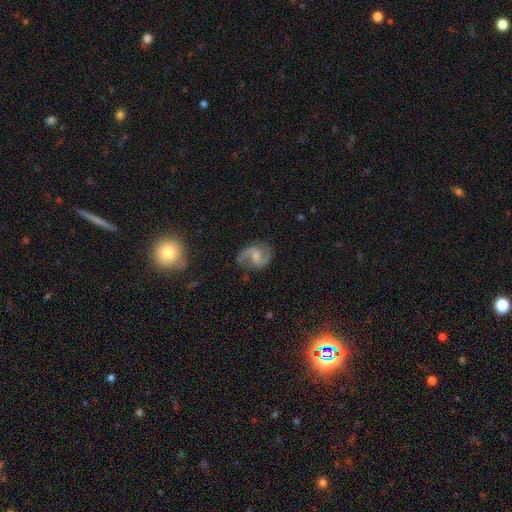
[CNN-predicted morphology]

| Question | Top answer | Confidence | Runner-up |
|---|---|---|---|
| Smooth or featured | featured or disk | 87% | smooth (8%) |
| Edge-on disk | no | 98% | yes (2%) |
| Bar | weak | 53% | no (36%) |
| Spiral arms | yes | 97% | no (3%) |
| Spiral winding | medium | 53% | loose (35%) |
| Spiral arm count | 2 | 92% | can't tell (2%) |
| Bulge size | small | 41% | moderate (37%) |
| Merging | none | 75% | minor disturbance (16%) |